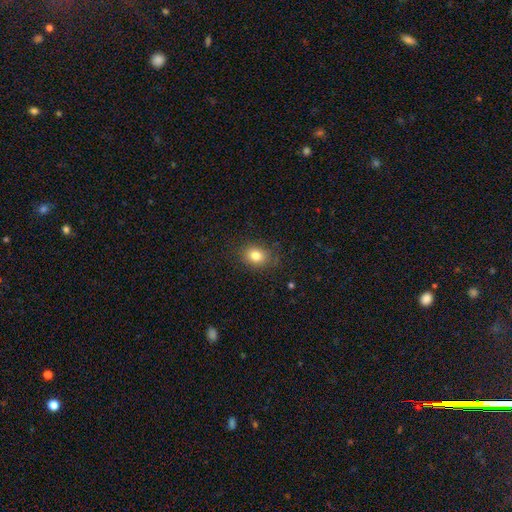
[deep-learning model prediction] smooth_or_featured: smooth (p=0.81) [alt: star or artifact p=0.11]
how_rounded: round (p=0.51) [alt: in between p=0.48]
merging: none (p=0.83) [alt: minor disturbance p=0.12]